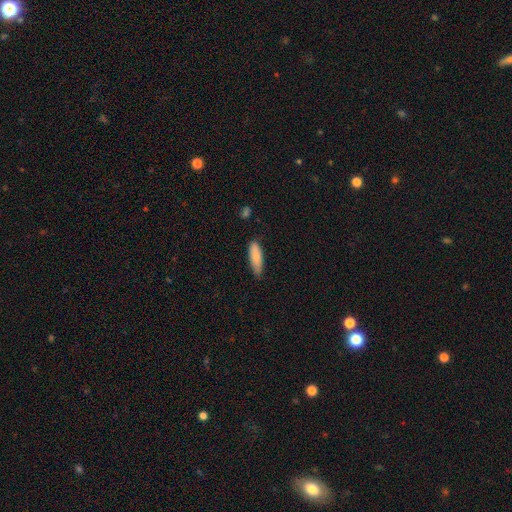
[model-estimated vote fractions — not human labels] Smooth or featured? Predicted: smooth (p=0.86). How rounded? Predicted: cigar-shaped (p=0.50). Merging? Predicted: none (p=0.73).